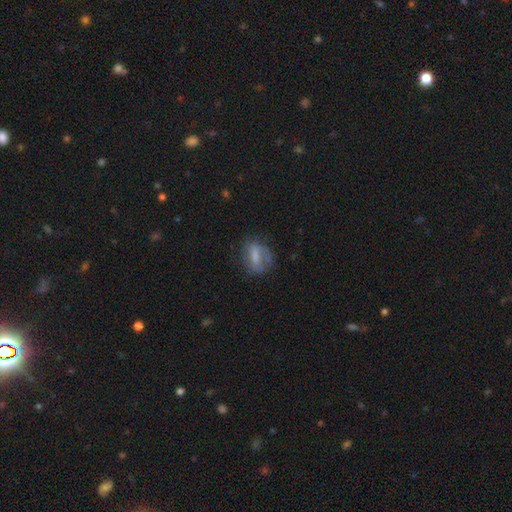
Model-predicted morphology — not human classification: smooth_or_featured: smooth (p=0.54) [alt: featured or disk p=0.36]
how_rounded: in between (p=0.65) [alt: round p=0.22]
merging: none (p=0.54) [alt: minor disturbance p=0.26]